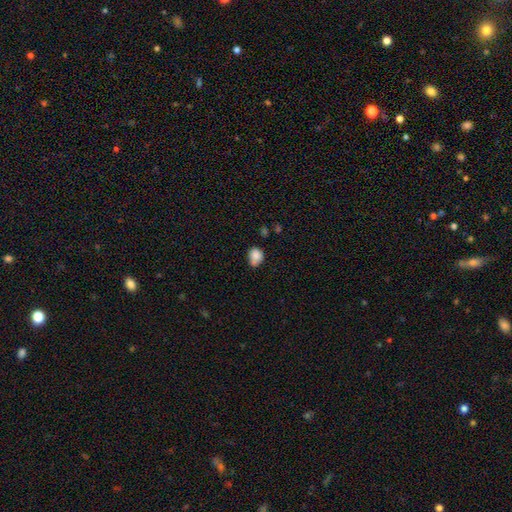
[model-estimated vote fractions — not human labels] This is clearly a smooth galaxy (84%). How rounded: likely round (62%). Merging: possibly none (49%).